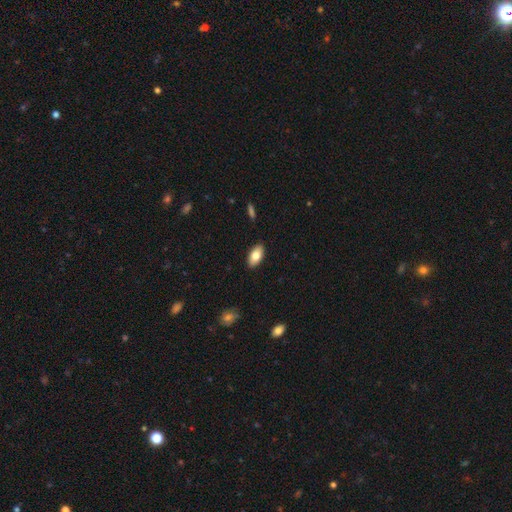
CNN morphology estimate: A smooth galaxy with no disk features (80%) that is in between round and cigar-shaped (93%). Merging: none (89%).